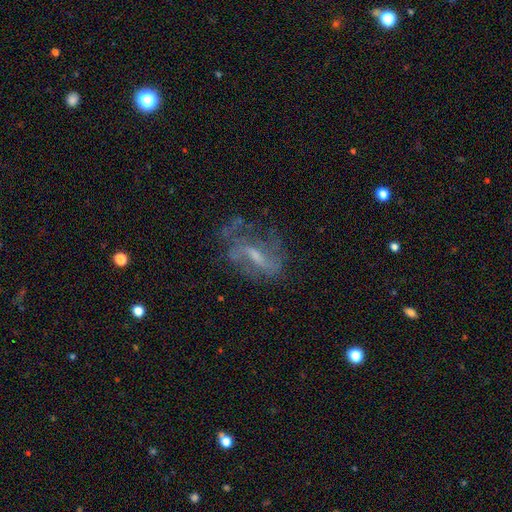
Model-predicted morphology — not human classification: The model was most divided on "bulge size": small: 47%, moderate: 33%, none: 16%, large: 3%, dominant: 1%. Remaining: edge-on disk — no (90%); spiral arms — yes (69%); smooth or featured — featured or disk (67%); merging — none (53%); bar — weak (45%).